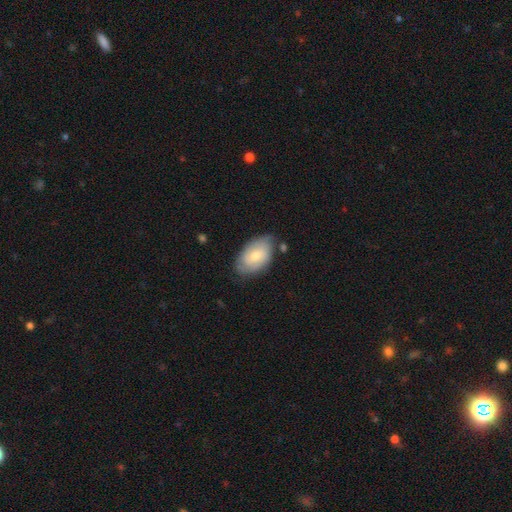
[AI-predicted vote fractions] Smooth or featured? smooth (56%)
How rounded? in between (92%)
Merging? none (67%)